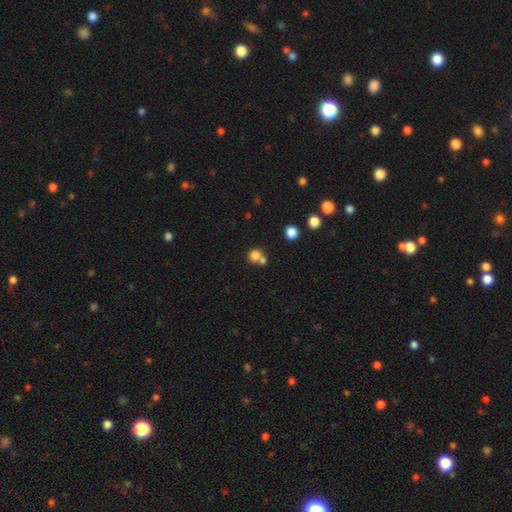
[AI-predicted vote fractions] Morphology: type=smooth (77%); roundness=round (84%); merging=none (46%).